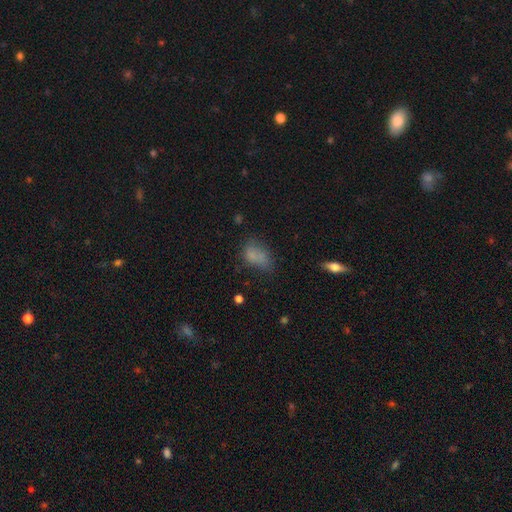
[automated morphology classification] A smooth galaxy with no disk features (71%) that is in between round and cigar-shaped (85%).

Vote fractions:
- Smooth or featured? smooth: 71% / featured or disk: 15% / star or artifact: 13%
- How rounded? in between: 85% / round: 11% / cigar-shaped: 4%
- Merging? none: 44% / minor disturbance: 29% / major disturbance: 18% / merger: 9%